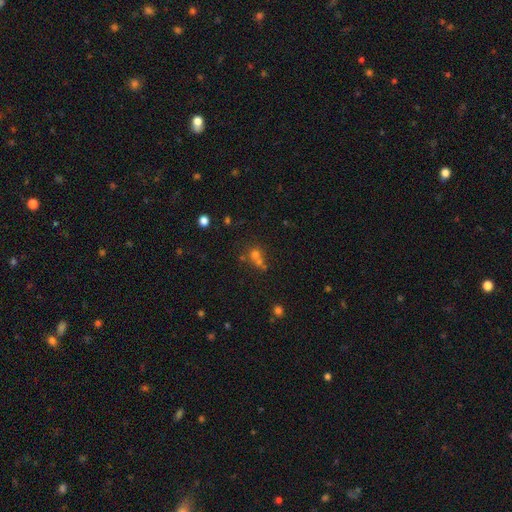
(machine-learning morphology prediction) Smooth or featured? smooth (53%)
How rounded? round (81%)
Merging? none (45%)